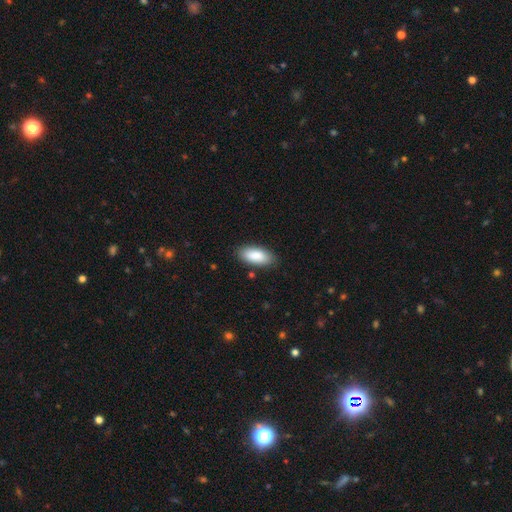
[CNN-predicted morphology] Overall: smooth (87%). How rounded: in between (88%). Merging: none (86%).